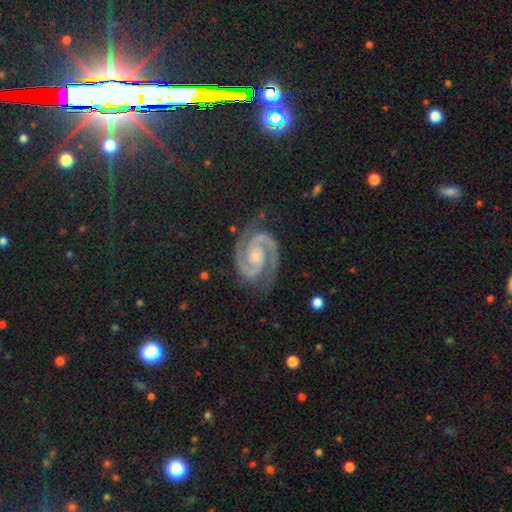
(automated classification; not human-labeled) Smooth or featured? Predicted: featured or disk (p=0.91). Edge-on disk? Predicted: no (p=0.98). Bar? Predicted: no (p=0.59). Spiral arms? Predicted: yes (p=0.99). Spiral winding? Predicted: tight (p=0.48). Spiral arm count? Predicted: 2 (p=0.95). Bulge size? Predicted: moderate (p=0.46). Merging? Predicted: none (p=0.83).